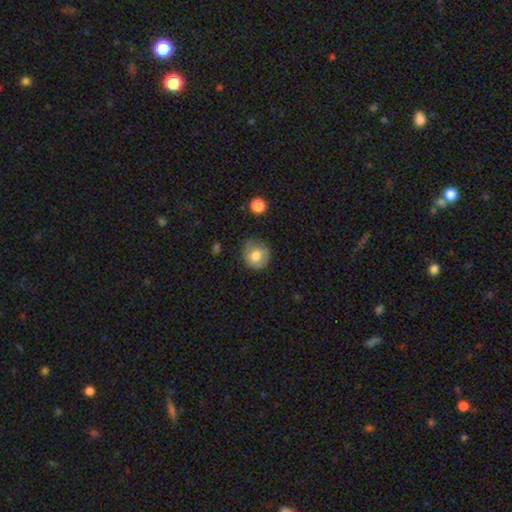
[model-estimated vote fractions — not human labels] smooth_or_featured: smooth (p=0.75) [alt: featured or disk p=0.16]
how_rounded: round (p=0.83) [alt: in between p=0.16]
merging: none (p=0.69) [alt: minor disturbance p=0.23]